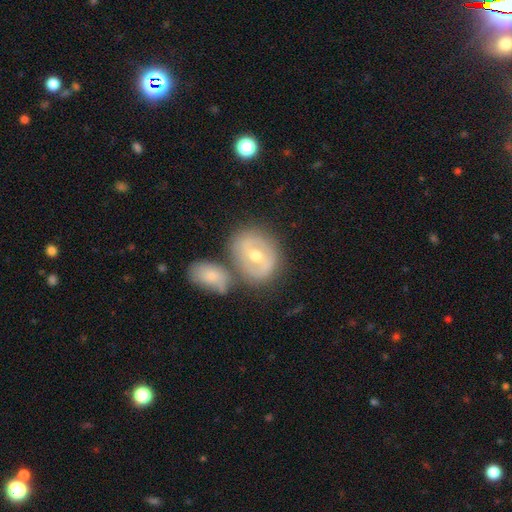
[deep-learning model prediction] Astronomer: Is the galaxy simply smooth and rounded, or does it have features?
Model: featured or disk — 60%.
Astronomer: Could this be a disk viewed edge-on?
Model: no — 94%.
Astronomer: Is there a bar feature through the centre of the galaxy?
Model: weak — 42% (runner-up: no, 30%).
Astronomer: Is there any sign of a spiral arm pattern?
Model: no — 50%, tied with yes at 50%.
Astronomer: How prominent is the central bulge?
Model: moderate — 68%.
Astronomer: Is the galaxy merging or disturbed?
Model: none — 60%.